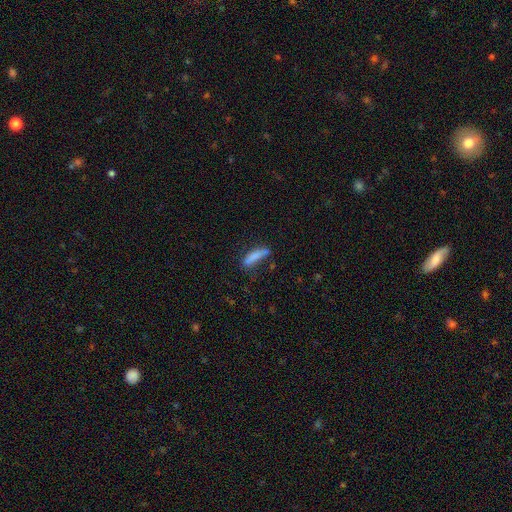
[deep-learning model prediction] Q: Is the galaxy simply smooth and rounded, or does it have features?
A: smooth — 77%.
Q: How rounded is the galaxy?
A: cigar-shaped — 81%.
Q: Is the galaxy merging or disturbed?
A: none — 61%.